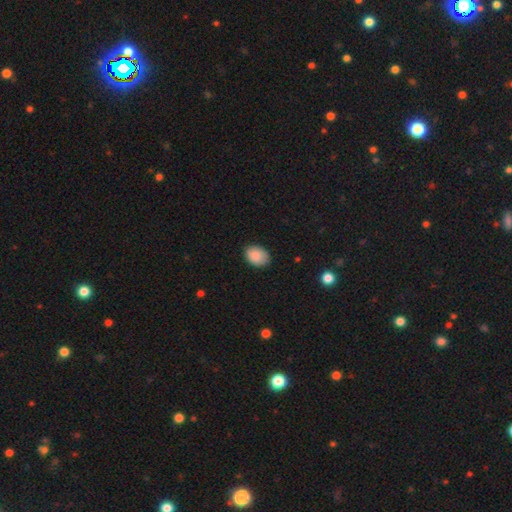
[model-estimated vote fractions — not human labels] Morphology: type=smooth (89%); roundness=in between (78%); merging=none (82%).